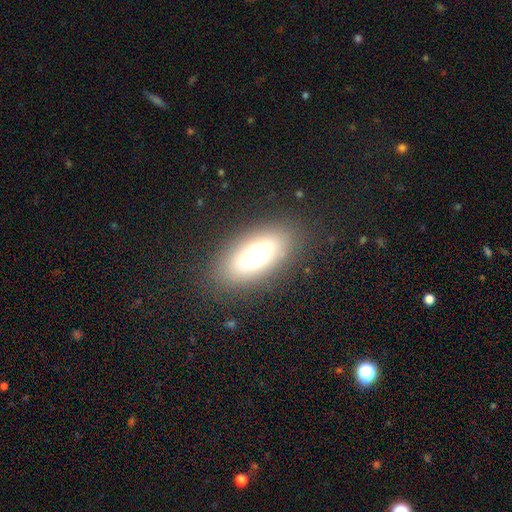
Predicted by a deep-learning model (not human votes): smooth_or_featured: smooth (p=0.69) [alt: featured or disk p=0.21]
how_rounded: in between (p=0.85) [alt: cigar-shaped p=0.10]
merging: none (p=0.83) [alt: minor disturbance p=0.11]